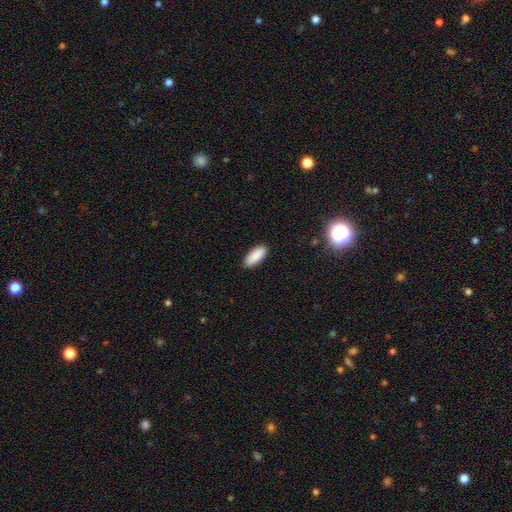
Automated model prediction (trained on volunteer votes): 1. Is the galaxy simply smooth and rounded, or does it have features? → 90% smooth, 6% star or artifact, 4% featured or disk.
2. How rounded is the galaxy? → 84% in between, 14% cigar-shaped, 2% round.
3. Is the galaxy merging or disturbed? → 90% none, 8% minor disturbance, 2% major disturbance, 1% merger.